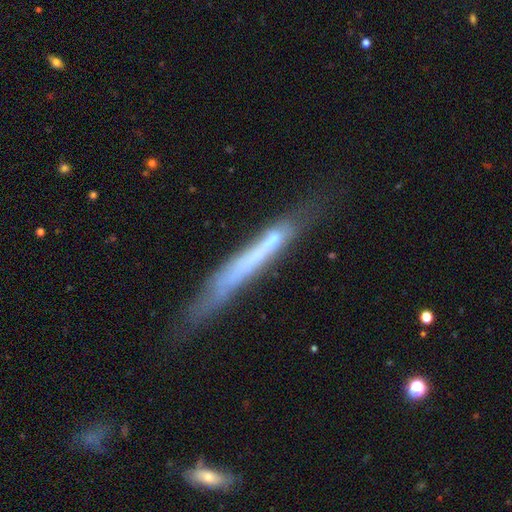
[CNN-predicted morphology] This is possibly a featured or disk galaxy (52%). It is clearly viewed edge-on (85%). Merging: possibly none (59%).